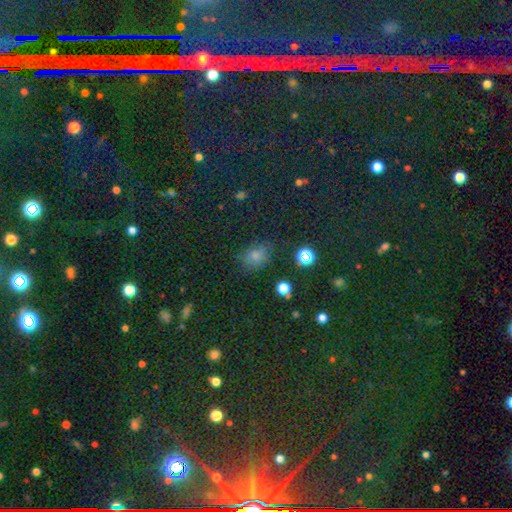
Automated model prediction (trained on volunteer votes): smooth-or-featured: smooth: 61% | star or artifact: 31% | featured or disk: 8%
  how-rounded: in between: 55% | round: 43% | cigar-shaped: 2%
  merging: none: 77% | minor disturbance: 15% | major disturbance: 5% | merger: 3%